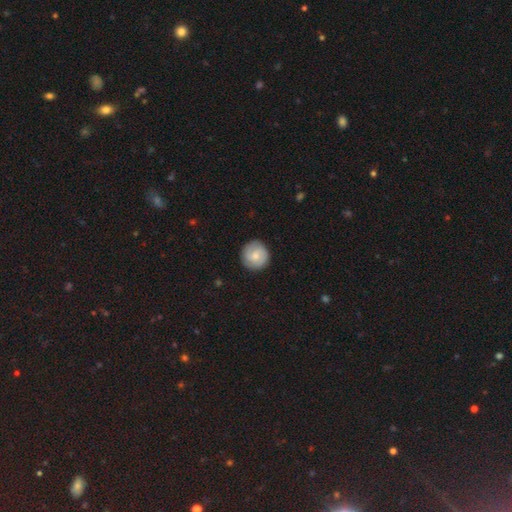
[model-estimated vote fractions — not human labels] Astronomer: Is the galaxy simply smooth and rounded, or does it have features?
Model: smooth — 62%.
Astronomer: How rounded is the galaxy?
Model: round — 94%.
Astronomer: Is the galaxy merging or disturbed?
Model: none — 89%.